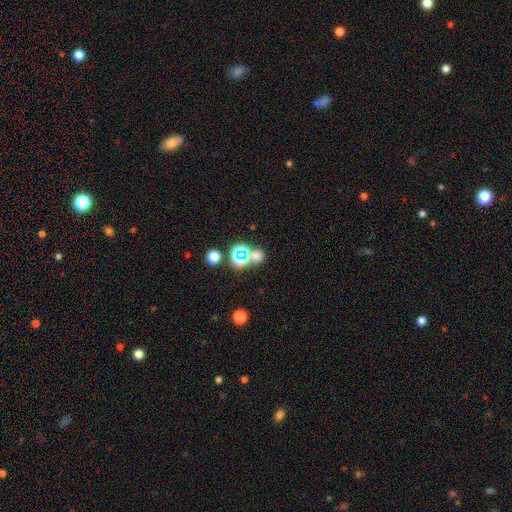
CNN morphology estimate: Smooth or featured: smooth — 54% (star or artifact — 38%)
How rounded: round — 81% (in between — 17%)
Merging: none — 62% (merger — 25%)